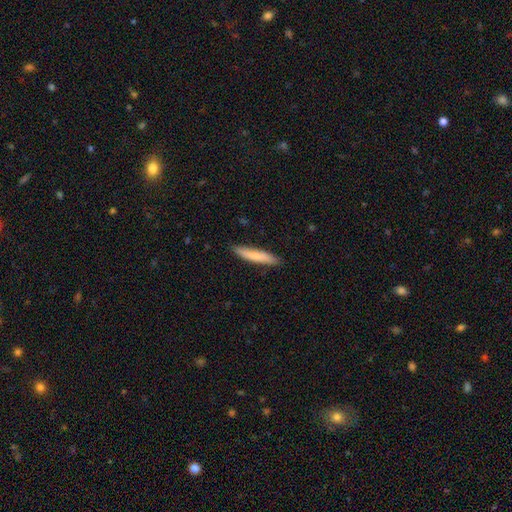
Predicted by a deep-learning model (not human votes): smooth-or-featured: smooth: 75% | featured or disk: 20% | star or artifact: 5%
  how-rounded: cigar-shaped: 91% | in between: 8% | round: 1%
  merging: none: 88% | minor disturbance: 9% | major disturbance: 2% | merger: 1%